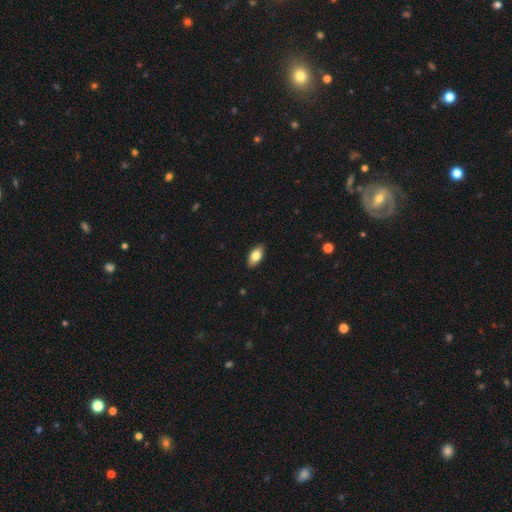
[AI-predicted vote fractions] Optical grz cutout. It shows a smooth galaxy with no disk features (81%) that is in between round and cigar-shaped (92%). Merging: none (89%).